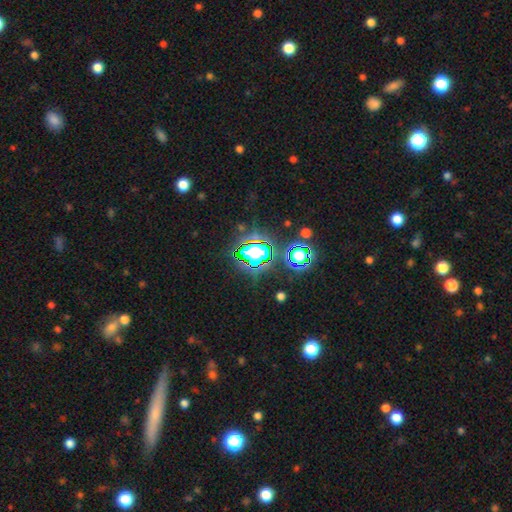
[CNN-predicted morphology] This appears to be a star or artifact, not a galaxy (79%).